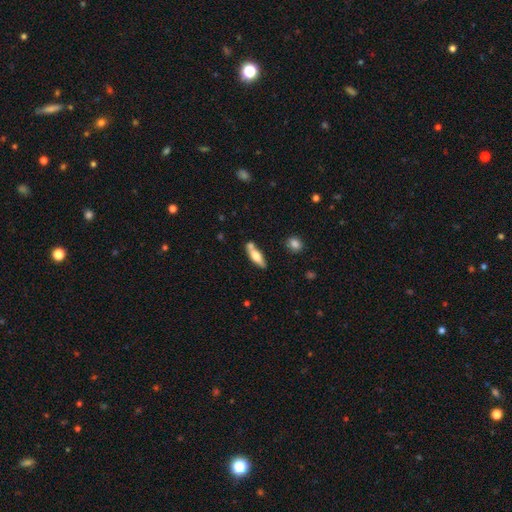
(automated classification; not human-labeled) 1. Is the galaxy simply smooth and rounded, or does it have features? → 65% smooth, 29% featured or disk, 6% star or artifact.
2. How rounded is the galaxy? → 51% cigar-shaped, 47% in between, 2% round.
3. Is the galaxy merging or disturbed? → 61% none, 21% merger, 15% minor disturbance, 4% major disturbance.